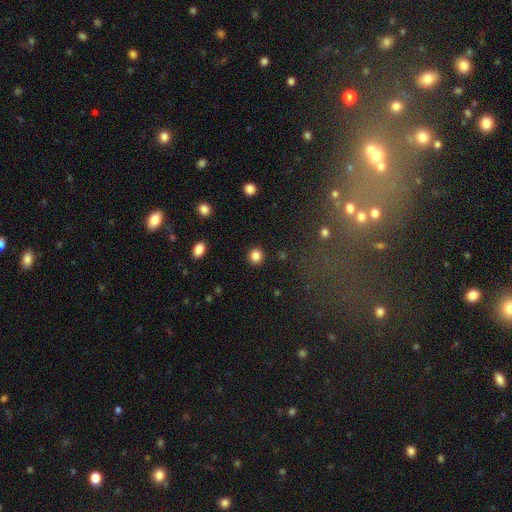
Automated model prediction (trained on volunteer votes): This appears to be a smooth galaxy with no disk features (85%) that is round (88%). Merging: none (90%).